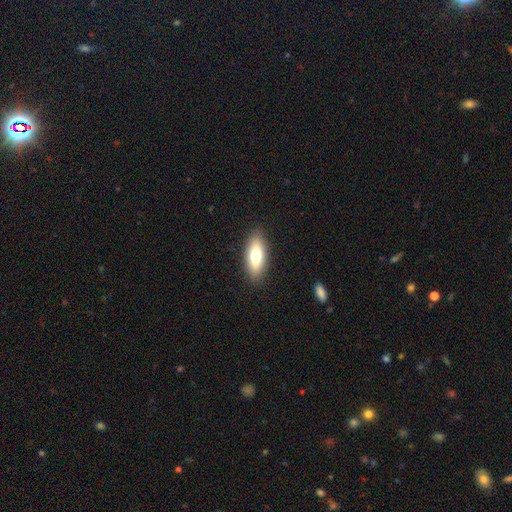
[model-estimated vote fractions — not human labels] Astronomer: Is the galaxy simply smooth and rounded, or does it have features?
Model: smooth — 72%.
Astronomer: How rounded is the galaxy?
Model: in between — 71%.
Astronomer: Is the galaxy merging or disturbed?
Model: none — 89%.